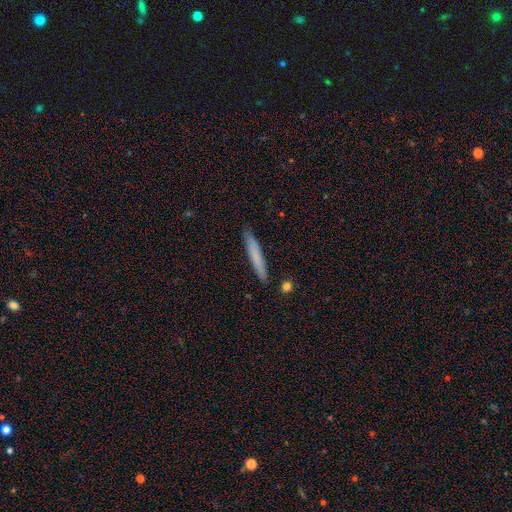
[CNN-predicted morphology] smooth 73%, featured or disk 21%, star or artifact 6%. Down the decision tree: how rounded — cigar-shaped (95%); merging — none (89%).